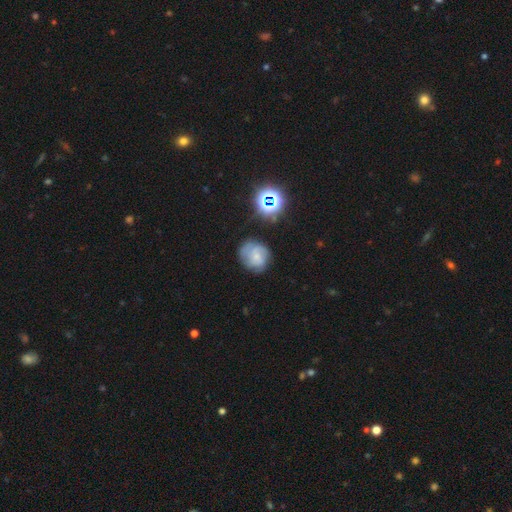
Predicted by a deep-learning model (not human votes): Smooth or featured? Predicted: featured or disk (p=0.48). Merging? Predicted: none (p=0.63).